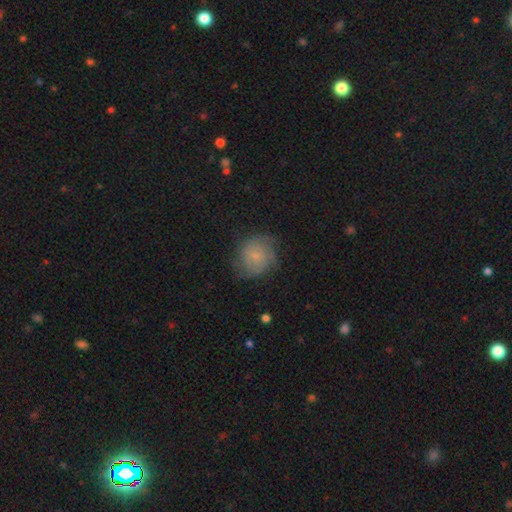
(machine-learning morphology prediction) Smooth or featured? Predicted: smooth (p=0.50). How rounded? Predicted: round (p=0.81). Merging? Predicted: none (p=0.64).